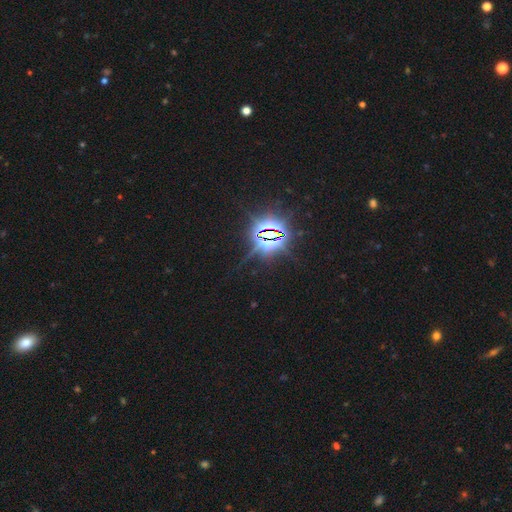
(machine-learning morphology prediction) Q: Smooth or featured?
A: star or artifact (85%); runner-up: smooth (8%)